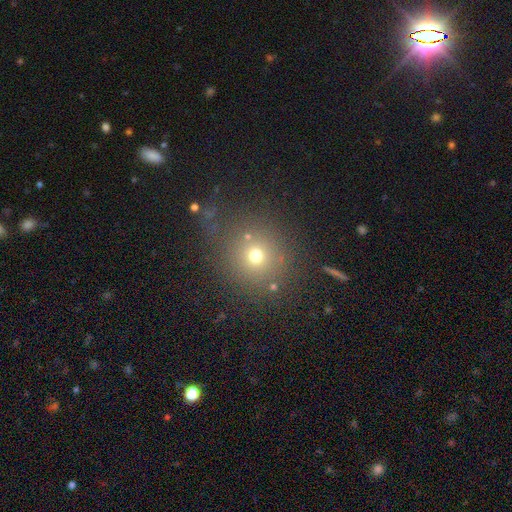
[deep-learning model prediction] Smooth or featured? Predicted: smooth (p=0.68). How rounded? Predicted: round (p=0.88). Merging? Predicted: none (p=0.76).